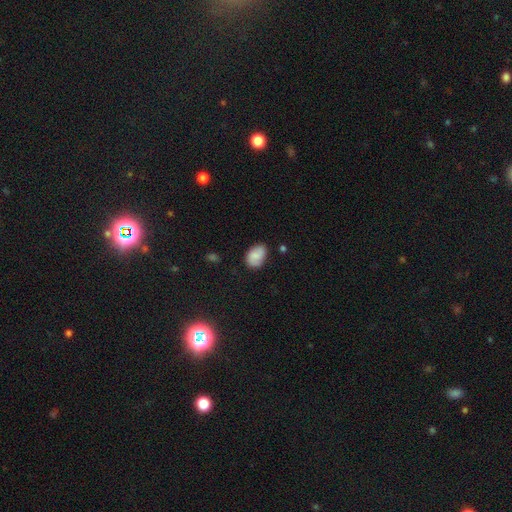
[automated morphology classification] Q: Smooth or featured?
A: smooth (82%); runner-up: featured or disk (10%)
Q: How rounded?
A: in between (85%); runner-up: round (14%)
Q: Merging?
A: none (68%); runner-up: minor disturbance (25%)